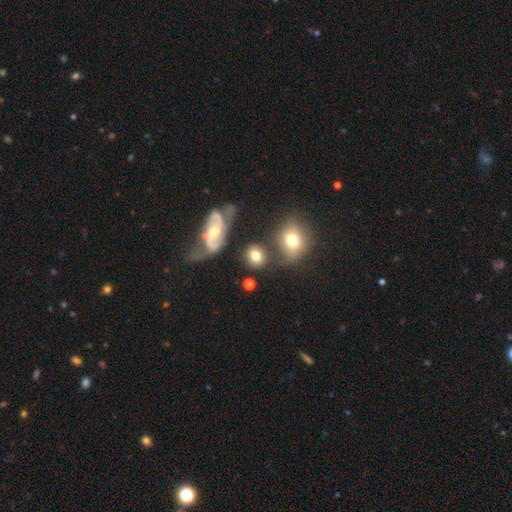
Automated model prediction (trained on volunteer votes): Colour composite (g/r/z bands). It shows a smooth galaxy with no disk features (75%) that is round (70%). Merging: none (67%).